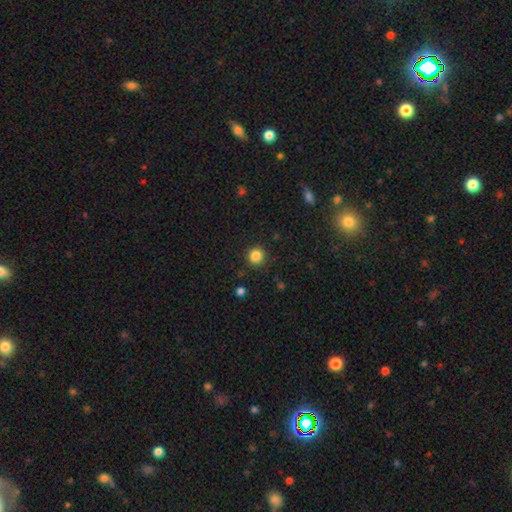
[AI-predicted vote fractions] Smooth or featured? Predicted: smooth (p=0.85). How rounded? Predicted: round (p=0.94). Merging? Predicted: none (p=0.90).